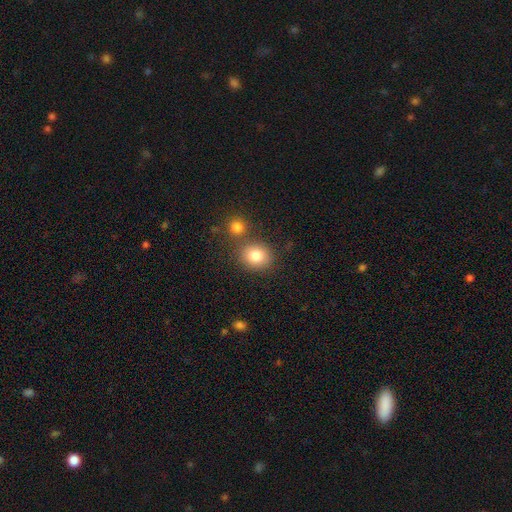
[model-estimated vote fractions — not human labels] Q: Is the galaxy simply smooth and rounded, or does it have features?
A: smooth — 82%.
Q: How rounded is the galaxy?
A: round — 70%.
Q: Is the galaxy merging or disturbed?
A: none — 69%.